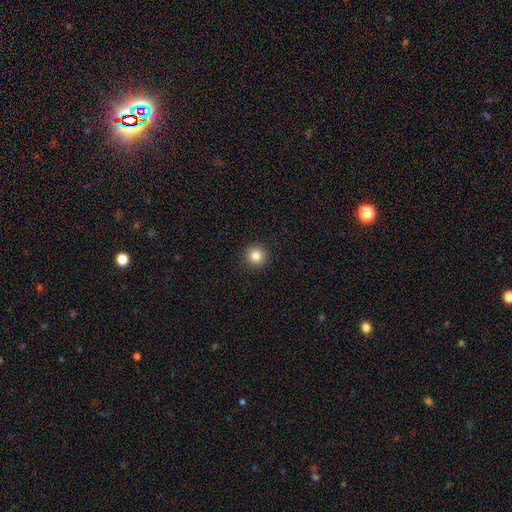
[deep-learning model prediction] Morphology: type=smooth (84%); roundness=round (95%); merging=none (93%).